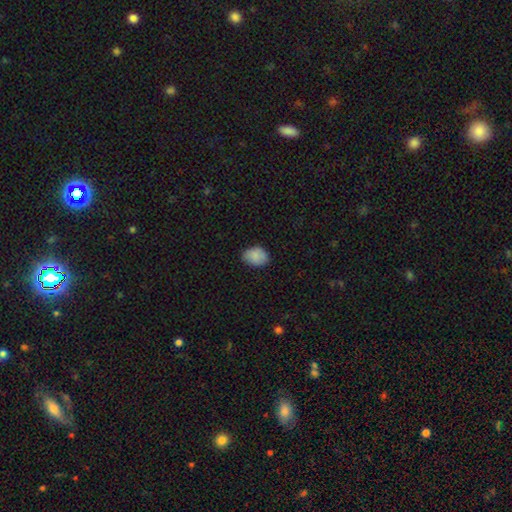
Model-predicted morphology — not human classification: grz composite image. It shows a smooth galaxy with no disk features (87%) that is in between round and cigar-shaped (69%). Merging: none (79%).